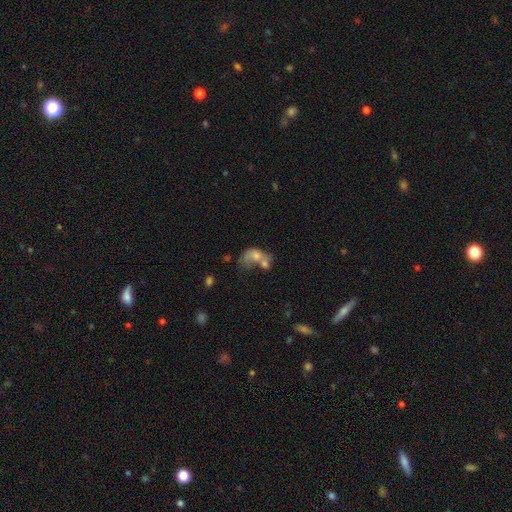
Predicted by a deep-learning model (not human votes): This is possibly a smooth galaxy (55%). How rounded: likely in between (72%). Merging: possibly merger (56%).